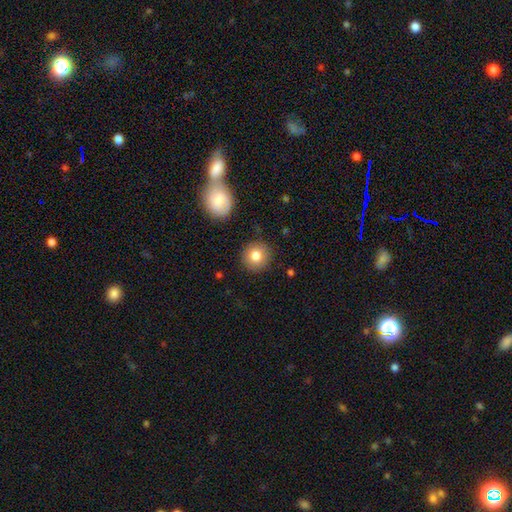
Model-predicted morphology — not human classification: smooth 82%, star or artifact 9%, featured or disk 9%. Down the decision tree: how rounded — round (92%); merging — none (89%).